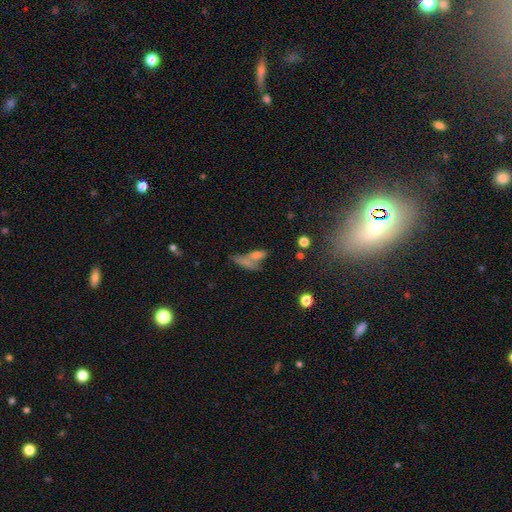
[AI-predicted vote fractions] This is possibly a smooth galaxy (59%). How rounded: possibly in between (51%). Merging: marginally merger (44%).